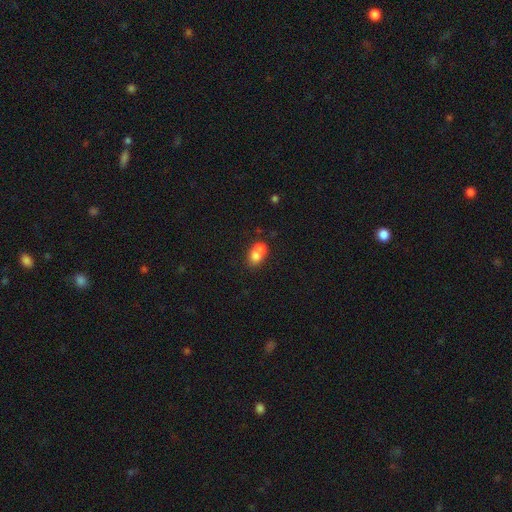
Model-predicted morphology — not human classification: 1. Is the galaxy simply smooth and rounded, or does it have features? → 71% smooth, 19% featured or disk, 10% star or artifact.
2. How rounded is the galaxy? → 51% in between, 48% round, 2% cigar-shaped.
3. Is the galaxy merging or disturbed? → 67% merger, 24% none, 6% minor disturbance, 3% major disturbance.